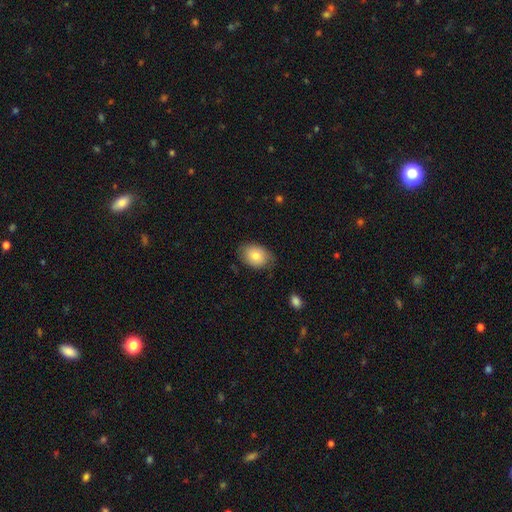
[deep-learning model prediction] smooth 78%, featured or disk 15%, star or artifact 7%. Down the decision tree: how rounded — in between (77%); merging — none (75%).